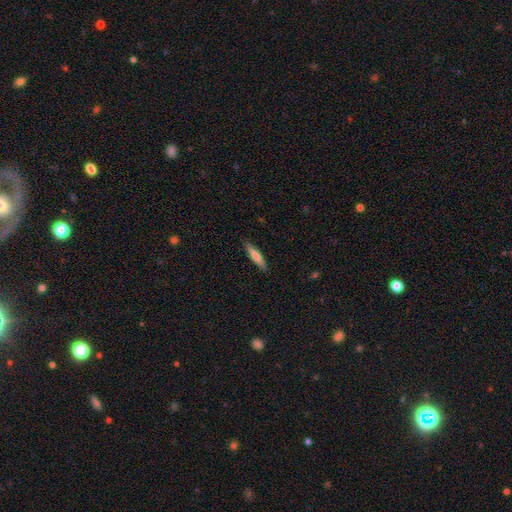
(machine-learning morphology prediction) Q: Smooth or featured?
A: smooth (66%); runner-up: featured or disk (28%)
Q: How rounded?
A: cigar-shaped (87%); runner-up: in between (12%)
Q: Merging?
A: none (89%); runner-up: minor disturbance (8%)